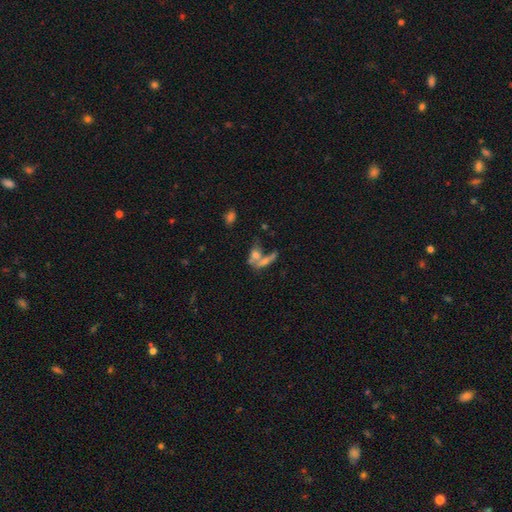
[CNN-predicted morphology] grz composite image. It shows a smooth galaxy with no disk features (57%) that is in between round and cigar-shaped (63%). Merging: merger (53%).